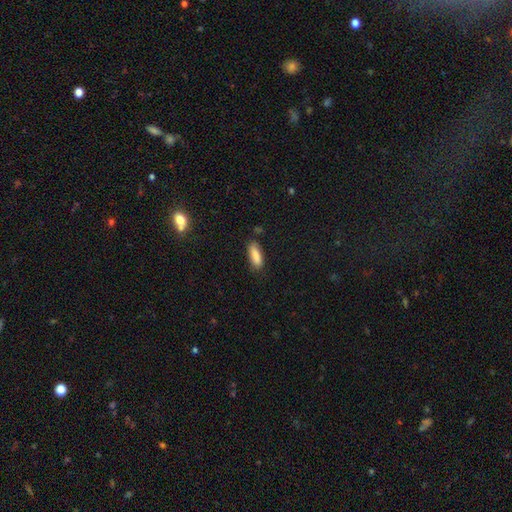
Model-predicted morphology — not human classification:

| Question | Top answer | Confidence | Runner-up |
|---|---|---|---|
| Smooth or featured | smooth | 85% | featured or disk (8%) |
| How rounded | in between | 57% | cigar-shaped (41%) |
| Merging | none | 79% | minor disturbance (16%) |